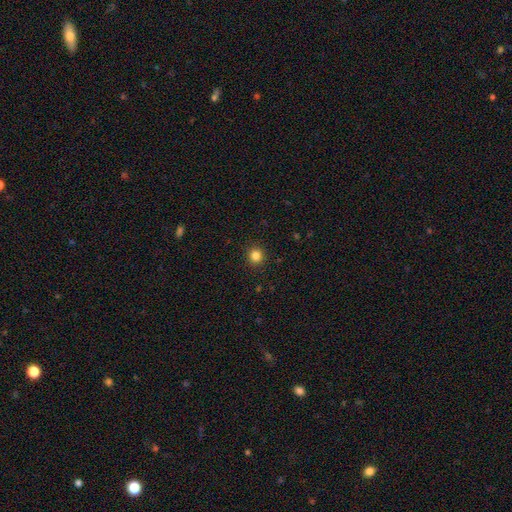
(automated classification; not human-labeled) Smooth or featured?
  - smooth: 83% *
  - star or artifact: 13%
  - featured or disk: 4%
How rounded?
  - round: 93% *
  - in between: 6%
  - cigar-shaped: 1%
Merging?
  - none: 92% *
  - minor disturbance: 5%
  - major disturbance: 2%
  - merger: 1%